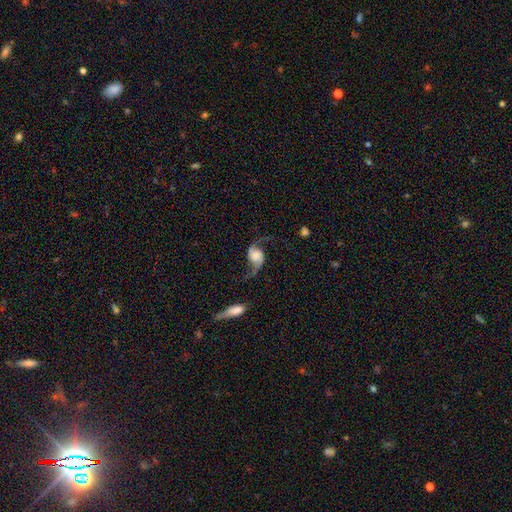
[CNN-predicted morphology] The model was most divided on "bulge size": large: 31%, none: 21%, moderate: 19%, small: 15%, dominant: 14%. More confident: spiral arms — yes (97%); edge-on disk — no (97%); spiral arm count — 2 (93%); smooth or featured — featured or disk (86%); spiral winding — loose (83%); bar — no (66%); merging — none (65%).